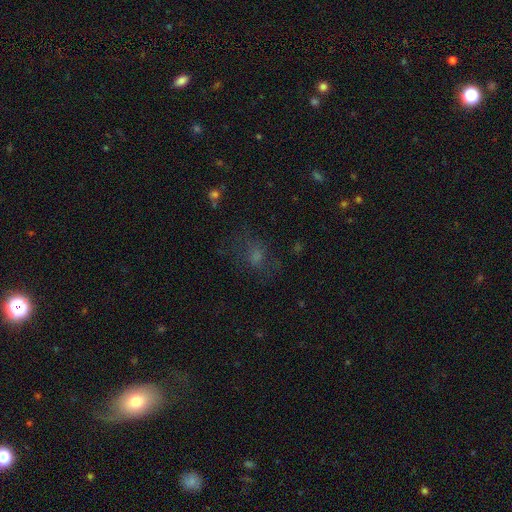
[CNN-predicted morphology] Smooth or featured? smooth (42%)
Merging? none (62%)